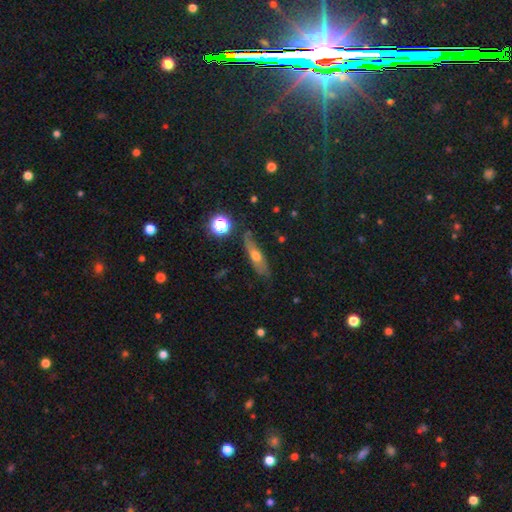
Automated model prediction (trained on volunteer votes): Morphology: type=smooth (51%); roundness=cigar-shaped (59%); merging=none (67%).